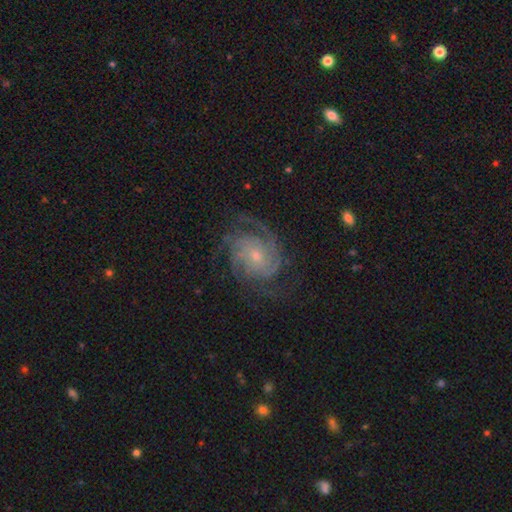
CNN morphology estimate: Smooth or featured? Predicted: featured or disk (p=0.87). Edge-on disk? Predicted: no (p=0.98). Bar? Predicted: no (p=0.73). Spiral arms? Predicted: yes (p=0.97). Spiral winding? Predicted: tight (p=0.56). Spiral arm count? Predicted: 3 (p=0.29). Bulge size? Predicted: small (p=0.65). Merging? Predicted: none (p=0.71).